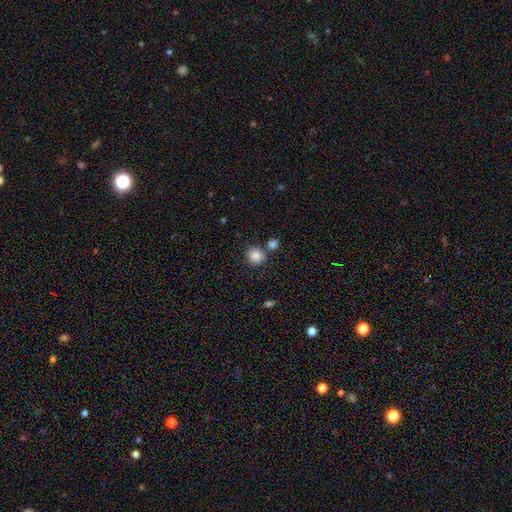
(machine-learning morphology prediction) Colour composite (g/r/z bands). It shows a smooth galaxy with no disk features (87%) that is round (89%). Merging: none (73%).